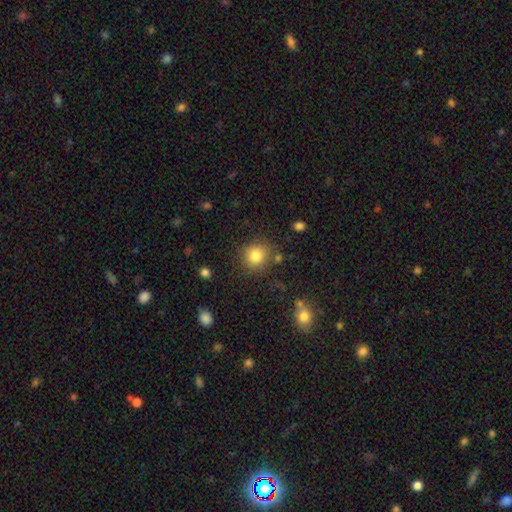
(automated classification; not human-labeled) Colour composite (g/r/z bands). It shows a smooth galaxy with no disk features (81%) that is round (87%). Merging: none (80%).